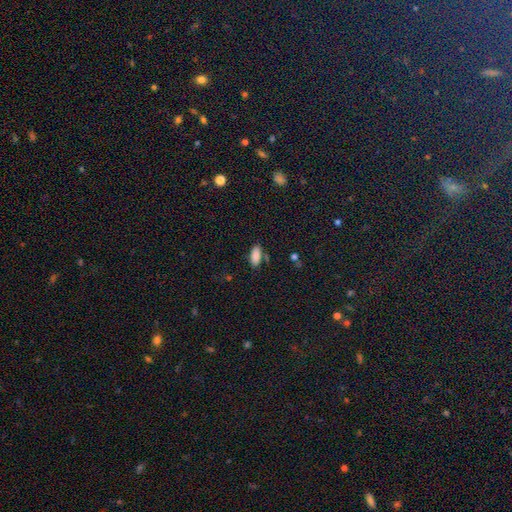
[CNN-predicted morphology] smooth-or-featured: smooth: 87% | star or artifact: 8% | featured or disk: 5%
  how-rounded: in between: 87% | cigar-shaped: 11% | round: 2%
  merging: none: 79% | minor disturbance: 14% | merger: 5% | major disturbance: 3%